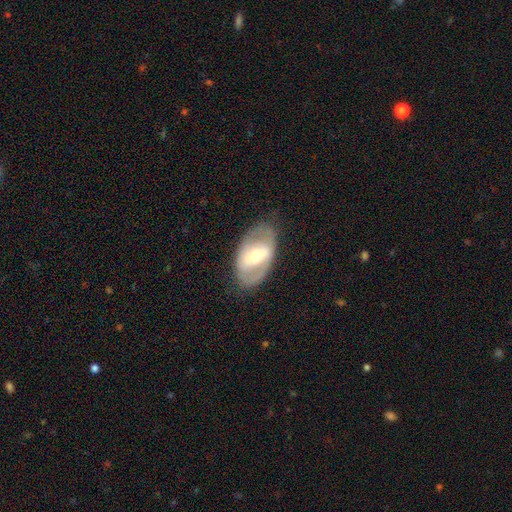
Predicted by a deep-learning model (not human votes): Morphology: type=featured or disk (62%); edge-on=no (91%); bar=strong (44%); spiral arms=no (59%); bulge=moderate (63%); merging=none (77%).